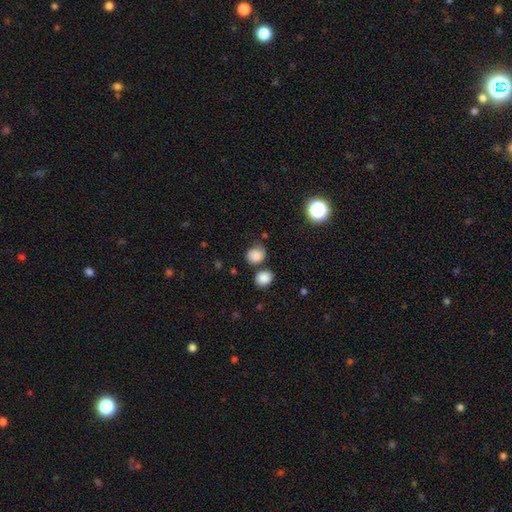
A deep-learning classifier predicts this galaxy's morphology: Smooth or featured? Predicted: smooth (p=0.84). How rounded? Predicted: round (p=0.70). Merging? Predicted: none (p=0.67).